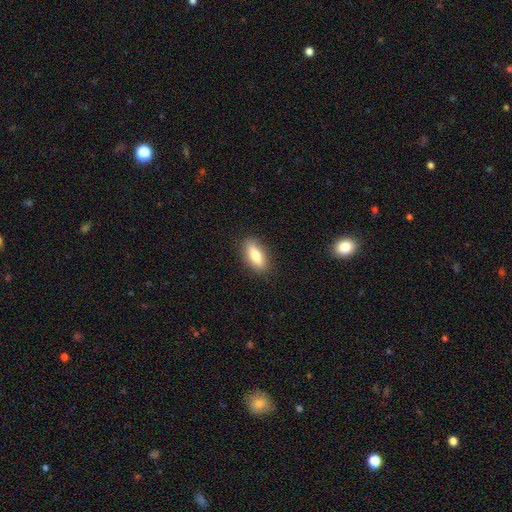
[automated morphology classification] Smooth or featured: smooth — 74% (featured or disk — 20%)
How rounded: in between — 72% (cigar-shaped — 25%)
Merging: none — 87% (minor disturbance — 9%)